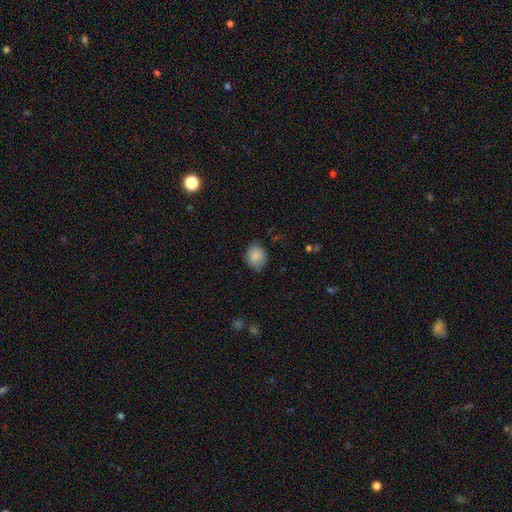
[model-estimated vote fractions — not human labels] This is clearly a smooth galaxy (87%). How rounded: possibly round (54%). Merging: likely none (71%).